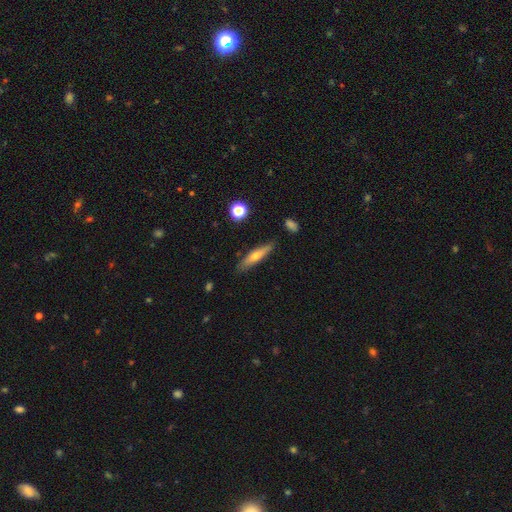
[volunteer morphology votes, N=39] smooth 51%, featured or disk 41%, star or artifact 8%. Down the decision tree: how rounded — cigar-shaped (80%); merging — none (83%).